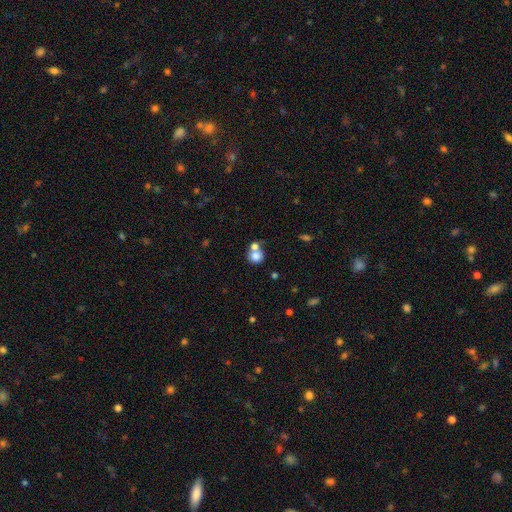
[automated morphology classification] The model was most divided on "merging": merger: 48%, none: 38%, minor disturbance: 9%, major disturbance: 5%. More confident: how rounded — round (81%); smooth or featured — smooth (78%).